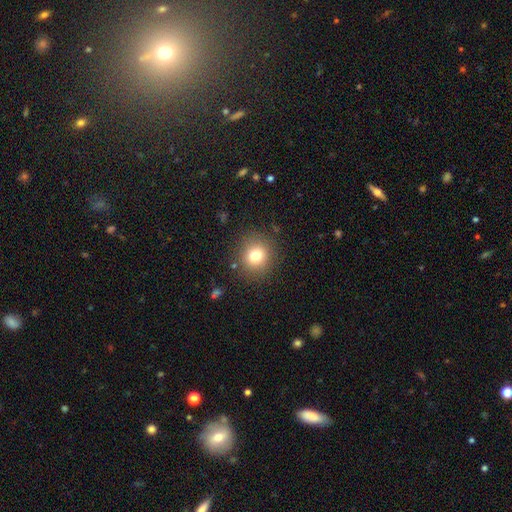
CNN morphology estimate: type=smooth (76%); roundness=round (89%); merging=none (86%).